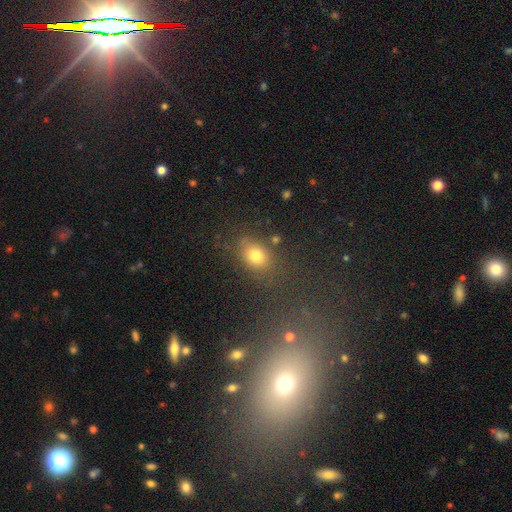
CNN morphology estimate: smooth 74%, star or artifact 16%, featured or disk 10%. Down the decision tree: how rounded — in between (59%); merging — none (72%).